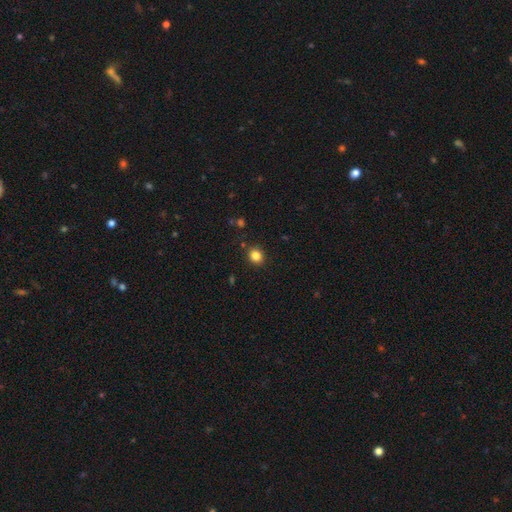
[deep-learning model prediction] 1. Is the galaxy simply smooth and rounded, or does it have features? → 83% smooth, 12% star or artifact, 5% featured or disk.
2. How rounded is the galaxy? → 77% round, 22% in between, 1% cigar-shaped.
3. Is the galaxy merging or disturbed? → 89% none, 7% minor disturbance, 2% major disturbance, 2% merger.